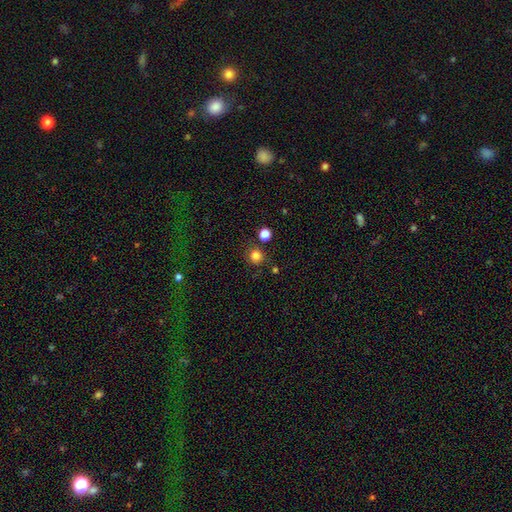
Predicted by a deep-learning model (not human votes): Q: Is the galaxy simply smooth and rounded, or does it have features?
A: smooth — 81%.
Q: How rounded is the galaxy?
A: round — 91%.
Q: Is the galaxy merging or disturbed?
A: none — 81%.